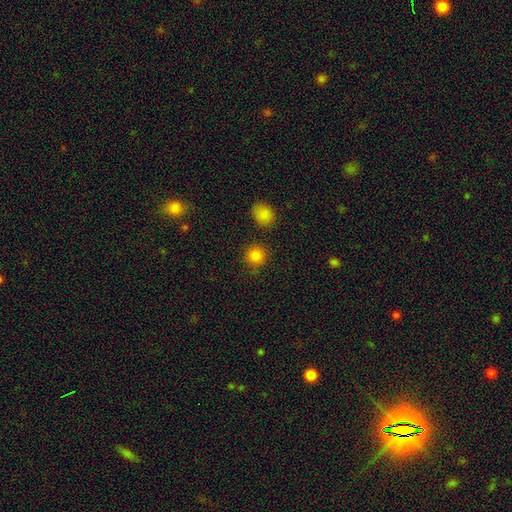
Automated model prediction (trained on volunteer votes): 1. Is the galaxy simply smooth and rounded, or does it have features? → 83% smooth, 12% star or artifact, 5% featured or disk.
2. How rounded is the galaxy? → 92% round, 7% in between, 1% cigar-shaped.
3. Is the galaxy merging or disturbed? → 83% none, 9% minor disturbance, 5% merger, 3% major disturbance.